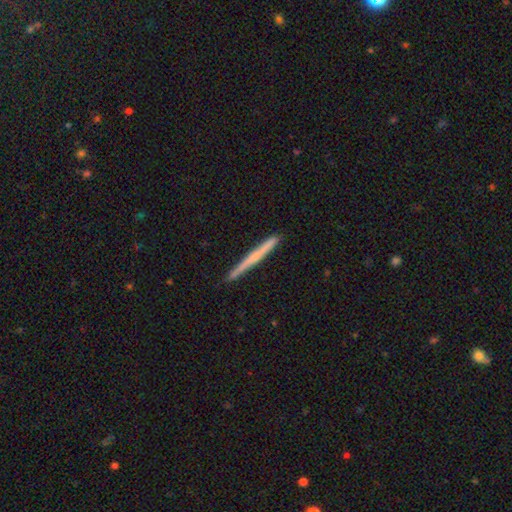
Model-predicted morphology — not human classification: Q: Smooth or featured?
A: featured or disk (50%); runner-up: smooth (44%)
Q: Edge-on disk?
A: yes (98%); runner-up: no (2%)
Q: Merging?
A: none (90%); runner-up: minor disturbance (7%)